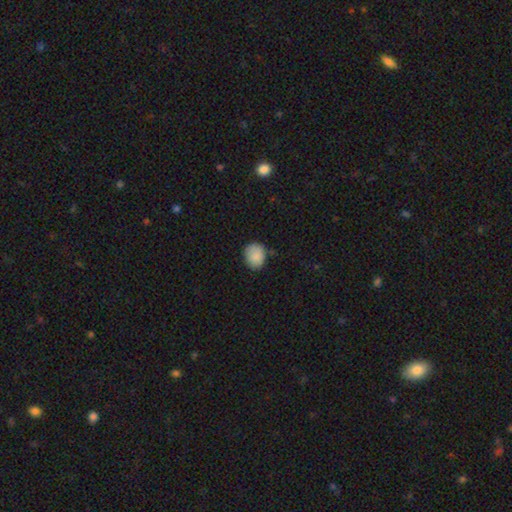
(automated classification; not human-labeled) Smooth or featured: smooth — 88% (star or artifact — 8%)
How rounded: round — 53% (in between — 46%)
Merging: none — 77% (minor disturbance — 18%)